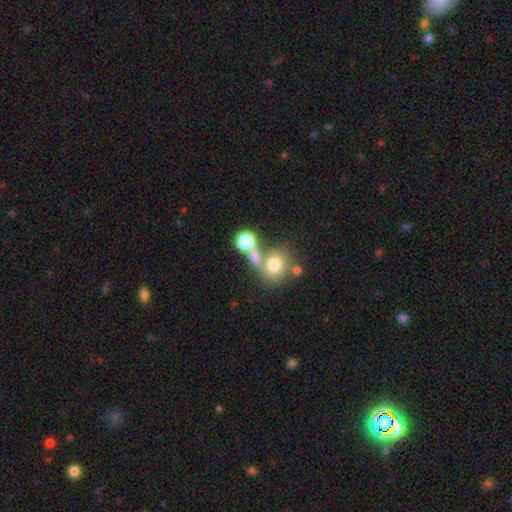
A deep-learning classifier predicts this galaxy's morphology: Smooth or featured?
  - smooth: 68% *
  - featured or disk: 17%
  - star or artifact: 15%
How rounded?
  - round: 63% *
  - in between: 35%
  - cigar-shaped: 2%
Merging?
  - merger: 49% *
  - none: 35%
  - minor disturbance: 9%
  - major disturbance: 7%